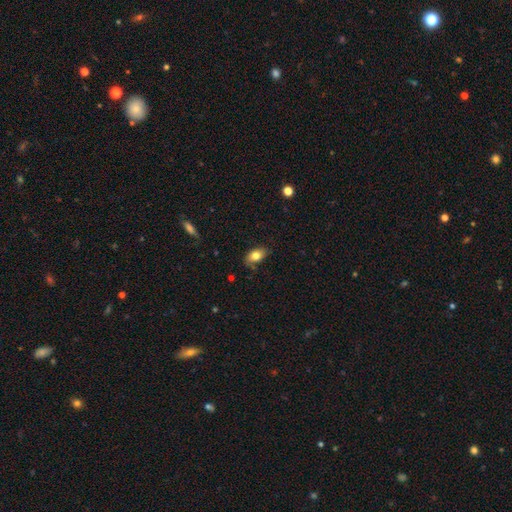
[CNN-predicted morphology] type=smooth (79%); roundness=in between (90%); merging=none (75%).